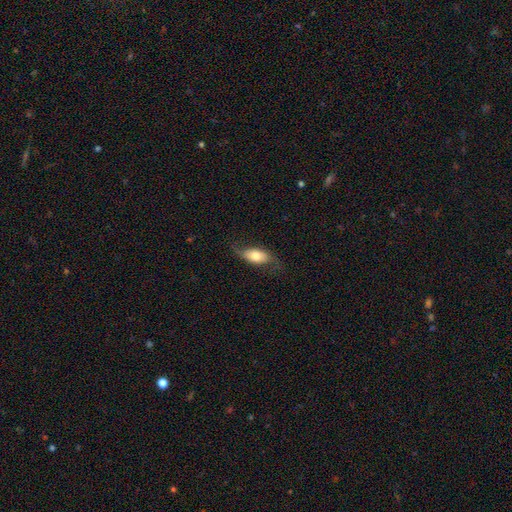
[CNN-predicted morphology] smooth_or_featured: smooth (p=0.50) [alt: featured or disk p=0.43]
merging: none (p=0.65) [alt: minor disturbance p=0.22]